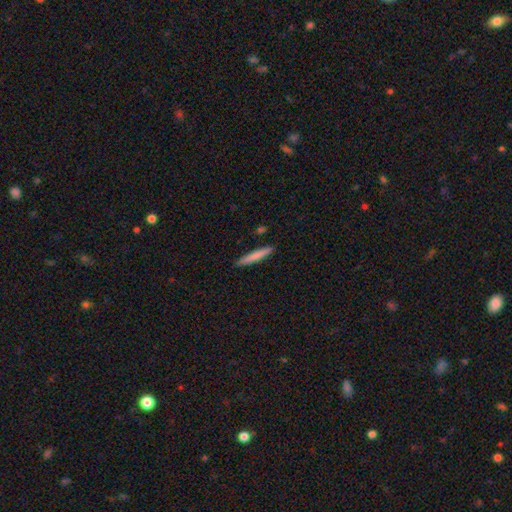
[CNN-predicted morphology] This is likely a smooth galaxy (77%). How rounded: clearly cigar-shaped (95%). Merging: clearly none (90%).